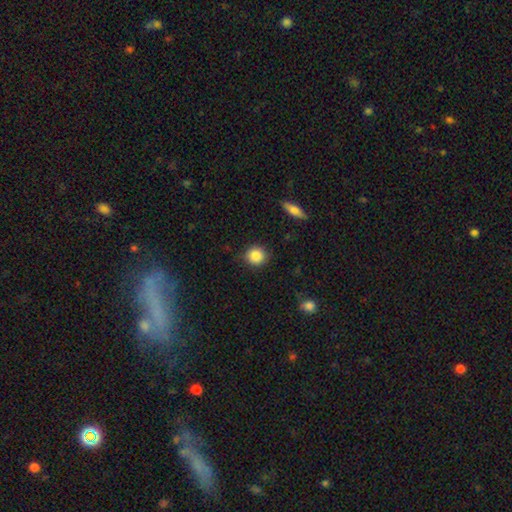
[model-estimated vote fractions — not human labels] A smooth galaxy with no disk features (87%) that is round (89%).

Vote fractions:
- Smooth or featured? smooth: 87% / star or artifact: 9% / featured or disk: 5%
- How rounded? round: 89% / in between: 10% / cigar-shaped: 1%
- Merging? none: 87% / minor disturbance: 10% / major disturbance: 2% / merger: 1%